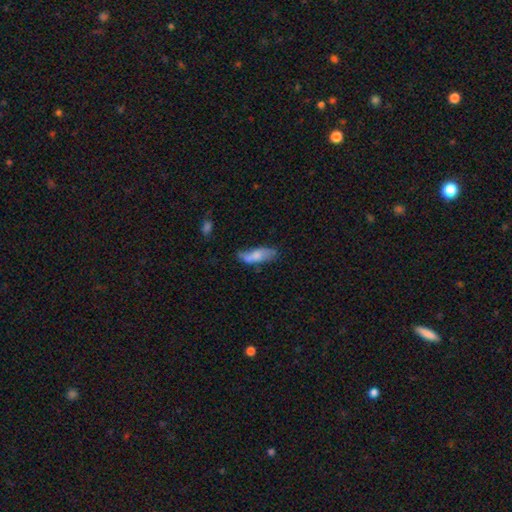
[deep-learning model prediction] Smooth or featured? smooth (65%)
How rounded? in between (61%)
Merging? none (46%)